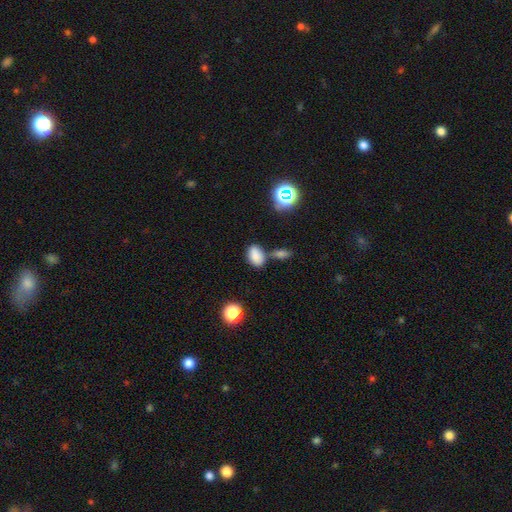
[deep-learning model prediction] smooth_or_featured: smooth (p=0.82) [alt: star or artifact p=0.12]
how_rounded: in between (p=0.87) [alt: round p=0.11]
merging: none (p=0.60) [alt: merger p=0.21]